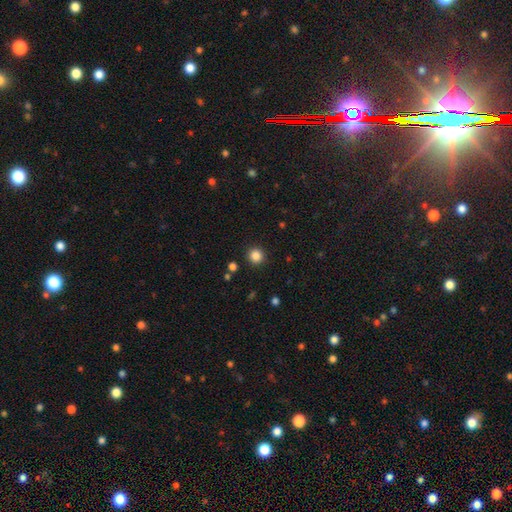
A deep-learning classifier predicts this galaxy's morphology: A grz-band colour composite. It shows a smooth galaxy with no disk features (85%) that is round (94%). Merging: none (91%).